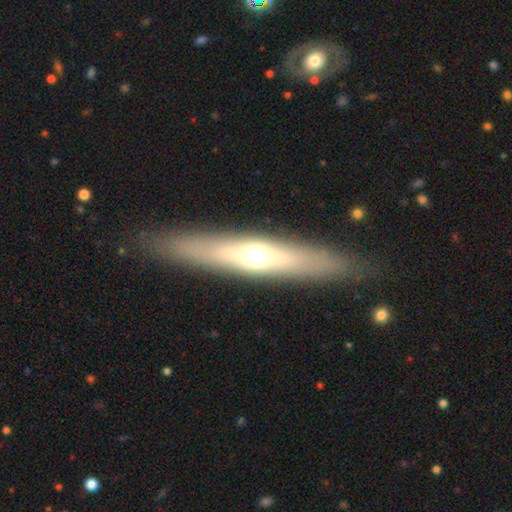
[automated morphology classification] featured or disk 52%, smooth 42%, star or artifact 7%. Down the decision tree: edge-on disk — yes (80%); merging — none (88%).